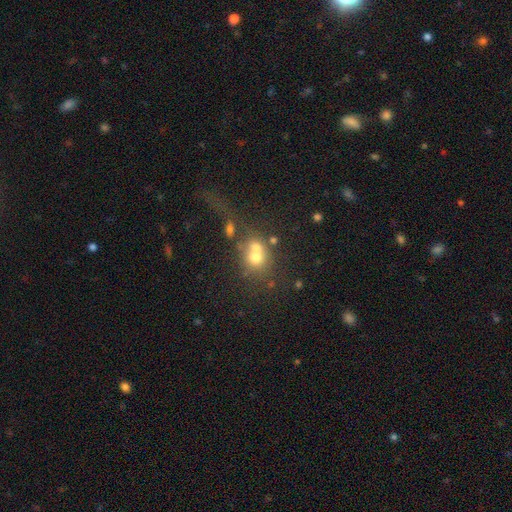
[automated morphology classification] Q: Smooth or featured?
A: smooth (59%); runner-up: featured or disk (24%)
Q: How rounded?
A: round (77%); runner-up: in between (22%)
Q: Merging?
A: merger (50%); runner-up: none (31%)